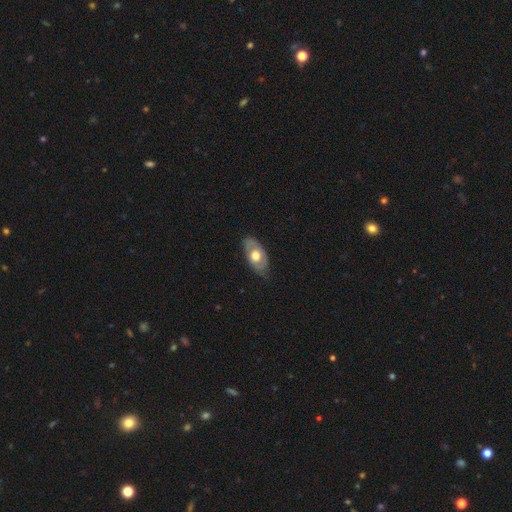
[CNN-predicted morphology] The model was most divided on "smooth or featured": featured or disk: 48%, smooth: 47%, star or artifact: 5%. More confident: merging — none (71%).